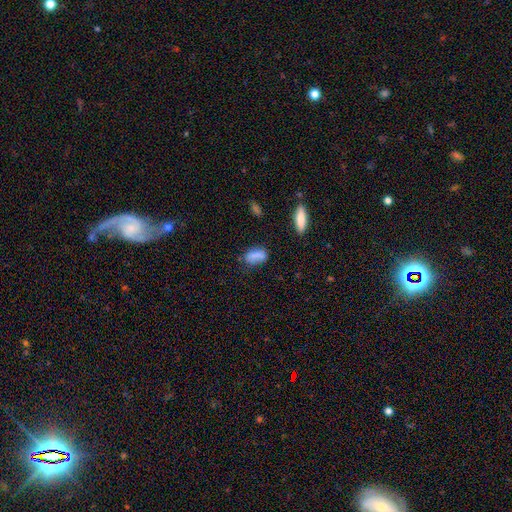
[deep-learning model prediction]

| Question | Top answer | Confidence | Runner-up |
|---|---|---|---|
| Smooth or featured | smooth | 80% | featured or disk (11%) |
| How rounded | in between | 84% | cigar-shaped (11%) |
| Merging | none | 65% | minor disturbance (23%) |